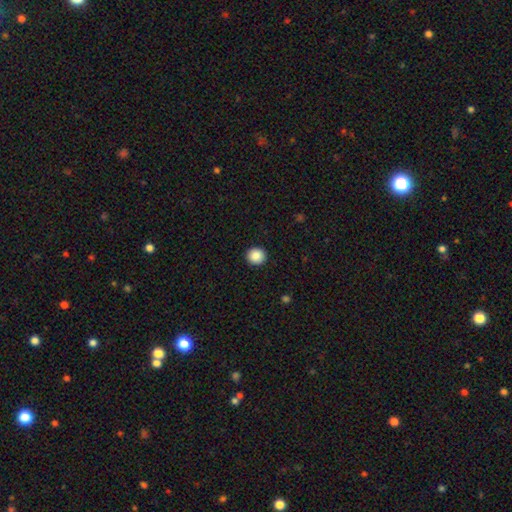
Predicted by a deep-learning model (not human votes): smooth 88%, star or artifact 8%, featured or disk 4%. Down the decision tree: how rounded — round (89%); merging — none (92%).